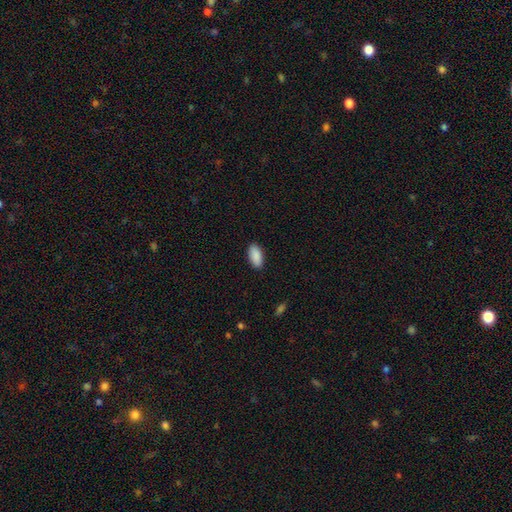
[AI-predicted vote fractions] A smooth galaxy with no disk features (91%) that is in between round and cigar-shaped (91%). Merging: none (90%).